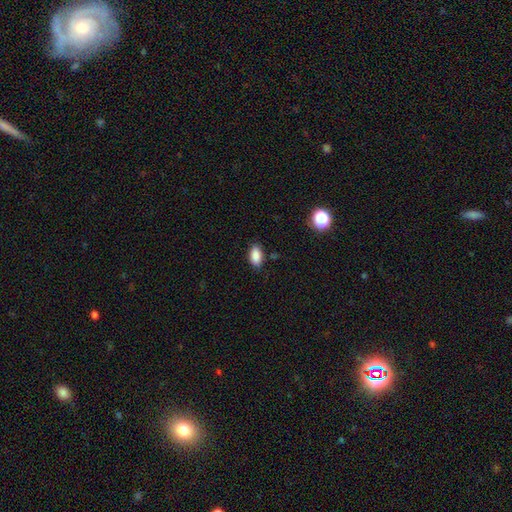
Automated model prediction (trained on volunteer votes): Smooth or featured? smooth (87%)
How rounded? in between (92%)
Merging? none (83%)